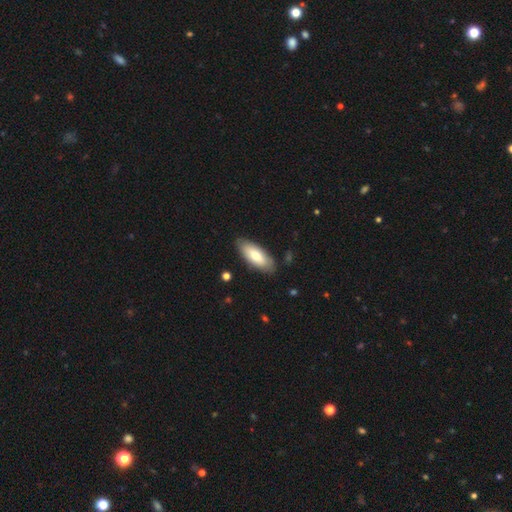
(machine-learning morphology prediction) Smooth or featured: smooth — 72% (featured or disk — 23%)
How rounded: in between — 82% (cigar-shaped — 16%)
Merging: none — 85% (minor disturbance — 11%)